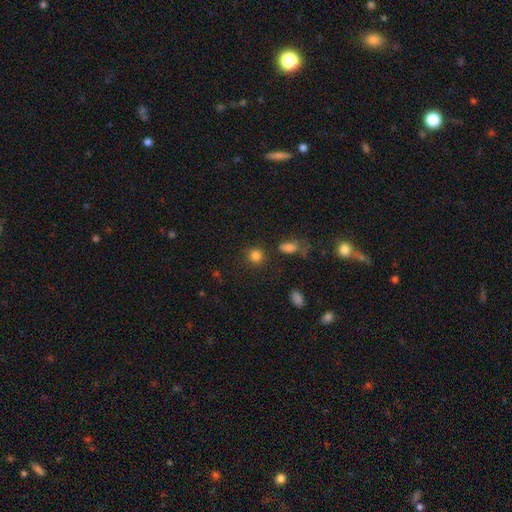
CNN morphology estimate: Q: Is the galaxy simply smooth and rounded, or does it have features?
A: smooth — 83%.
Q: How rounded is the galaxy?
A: round — 87%.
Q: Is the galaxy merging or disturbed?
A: none — 83%.